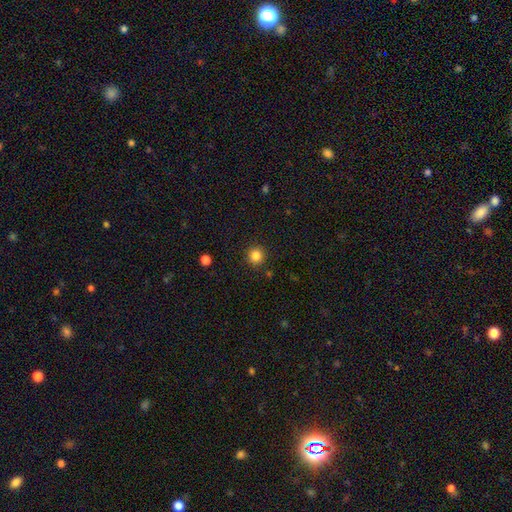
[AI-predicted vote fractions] Q: Smooth or featured?
A: smooth (84%); runner-up: star or artifact (12%)
Q: How rounded?
A: round (94%); runner-up: in between (5%)
Q: Merging?
A: none (91%); runner-up: minor disturbance (6%)